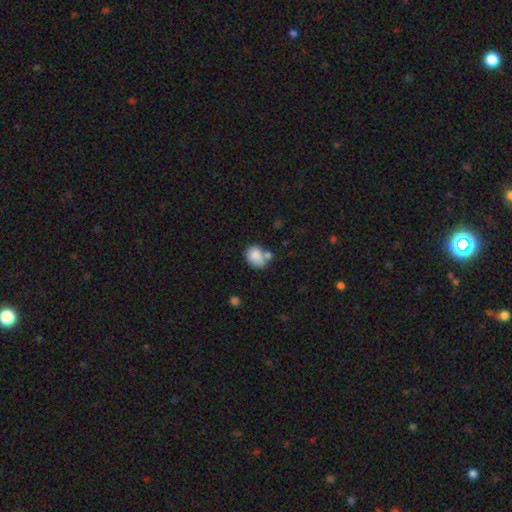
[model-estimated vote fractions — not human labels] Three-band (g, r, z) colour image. It shows a smooth galaxy with no disk features (83%) that is in between round and cigar-shaped (57%). Merging: none (47%).